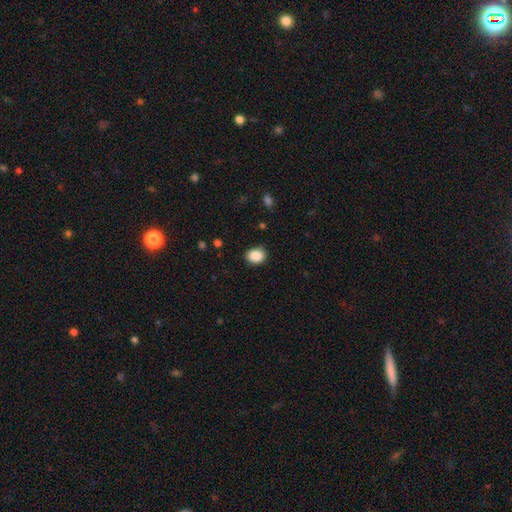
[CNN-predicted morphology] smooth_or_featured: smooth (p=0.88) [alt: star or artifact p=0.09]
how_rounded: in between (p=0.52) [alt: round p=0.47]
merging: none (p=0.84) [alt: minor disturbance p=0.12]